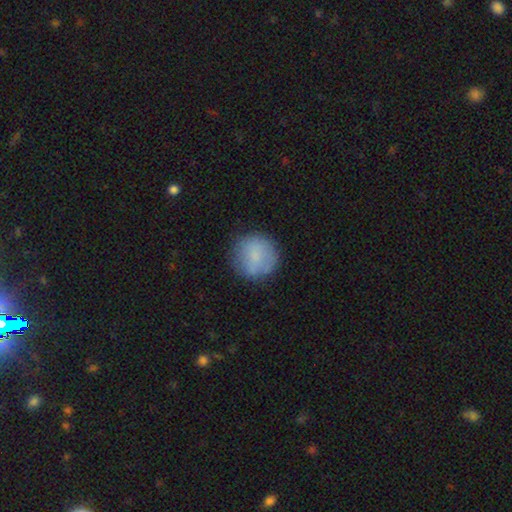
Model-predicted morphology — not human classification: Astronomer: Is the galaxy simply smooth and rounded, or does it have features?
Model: smooth — 79%.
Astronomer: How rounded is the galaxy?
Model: round — 93%.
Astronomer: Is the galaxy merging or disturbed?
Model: none — 78%.